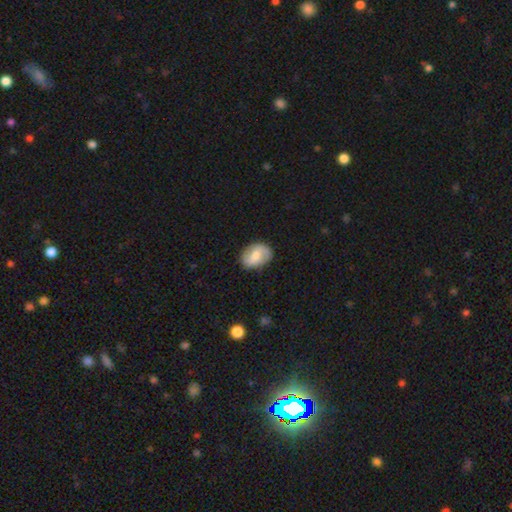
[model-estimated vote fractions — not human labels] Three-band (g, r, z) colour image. It shows a smooth galaxy with no disk features (48%). Merging: none (81%).